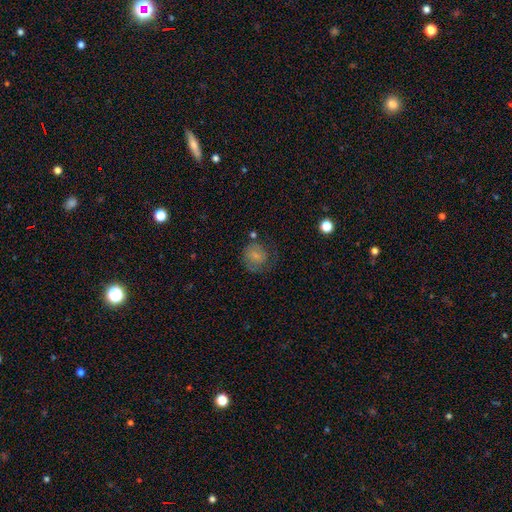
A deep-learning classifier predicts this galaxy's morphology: Overall: smooth (67%). How rounded: round (82%). Merging: none (53%; minor disturbance 25%).